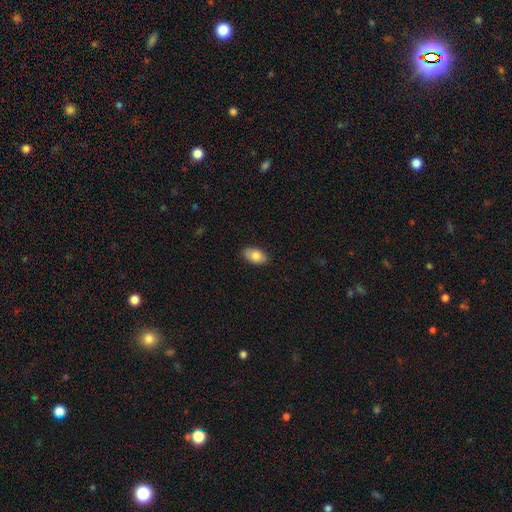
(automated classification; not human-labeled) smooth_or_featured: smooth (p=0.81) [alt: featured or disk p=0.12]
how_rounded: in between (p=0.92) [alt: round p=0.06]
merging: none (p=0.88) [alt: minor disturbance p=0.10]